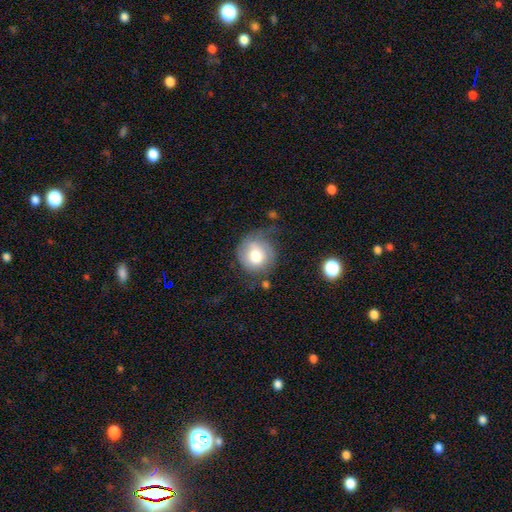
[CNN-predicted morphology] This is likely a smooth galaxy (60%). How rounded: clearly round (84%). Merging: possibly none (51%).